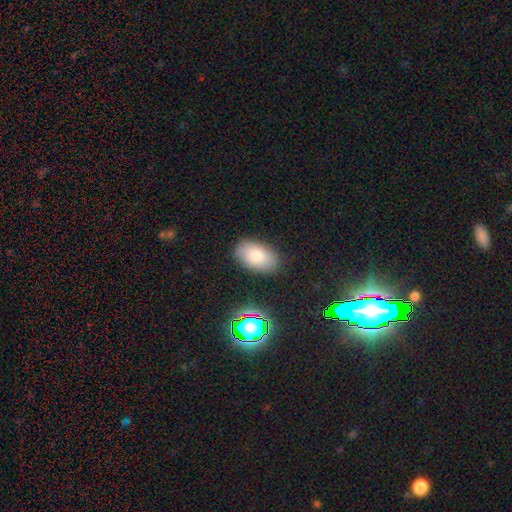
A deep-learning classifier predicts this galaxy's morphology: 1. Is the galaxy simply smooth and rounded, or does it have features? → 79% smooth, 11% featured or disk, 9% star or artifact.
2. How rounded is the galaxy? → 93% in between, 5% round, 1% cigar-shaped.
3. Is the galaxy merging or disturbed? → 85% none, 11% minor disturbance, 3% major disturbance, 2% merger.